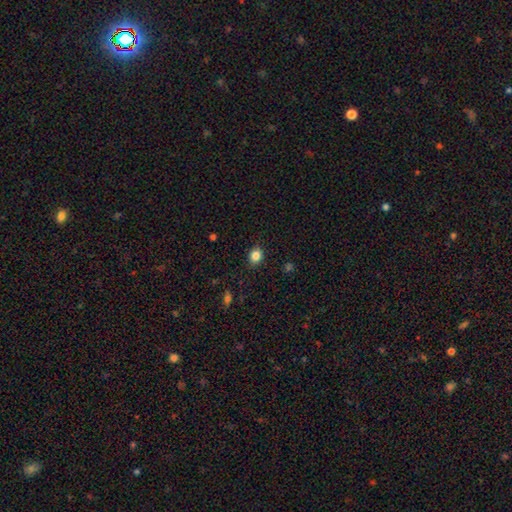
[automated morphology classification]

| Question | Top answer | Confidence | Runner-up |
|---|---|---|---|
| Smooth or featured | smooth | 84% | star or artifact (11%) |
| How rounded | round | 68% | in between (32%) |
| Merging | none | 88% | minor disturbance (9%) |